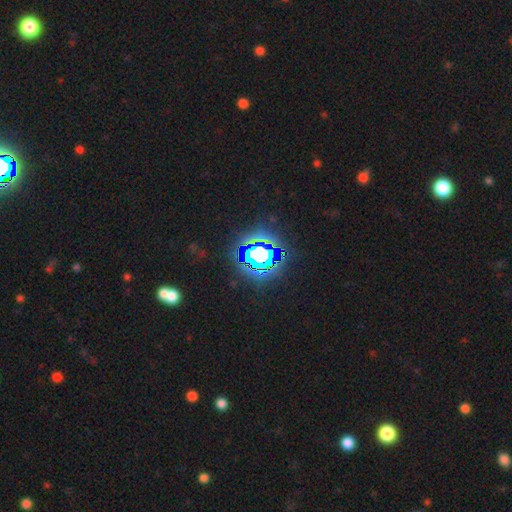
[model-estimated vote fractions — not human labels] This is likely a star or artifact rather than a galaxy (73%).